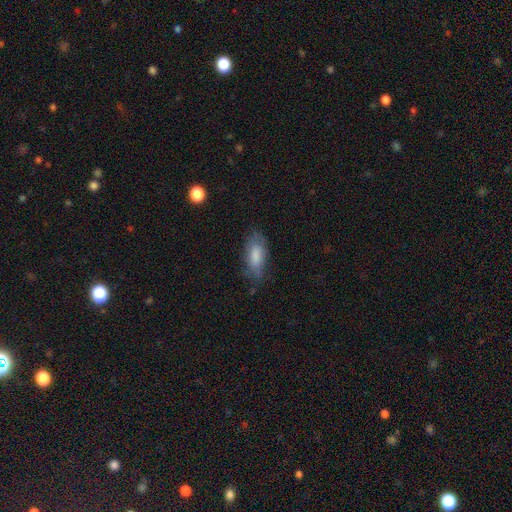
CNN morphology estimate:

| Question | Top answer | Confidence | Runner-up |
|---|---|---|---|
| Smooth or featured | smooth | 78% | featured or disk (15%) |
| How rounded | in between | 86% | cigar-shaped (11%) |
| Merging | none | 64% | minor disturbance (26%) |